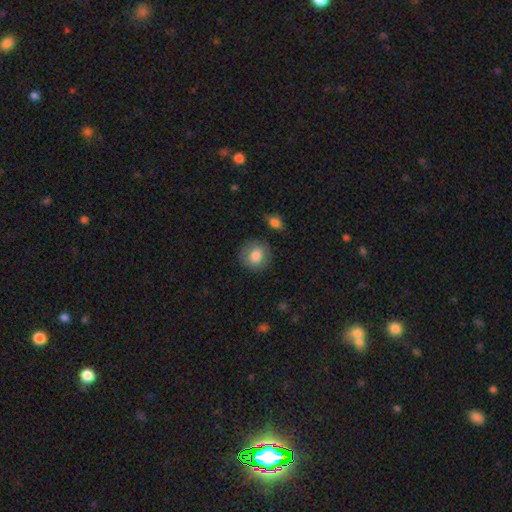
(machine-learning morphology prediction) Smooth or featured: smooth — 82% (featured or disk — 11%)
How rounded: round — 82% (in between — 17%)
Merging: none — 82% (minor disturbance — 12%)